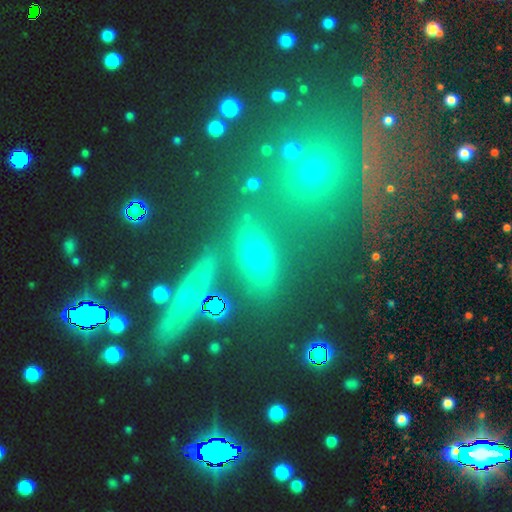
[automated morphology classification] This is possibly a smooth galaxy (59%). How rounded: likely in between (66%). Merging: likely none (66%).